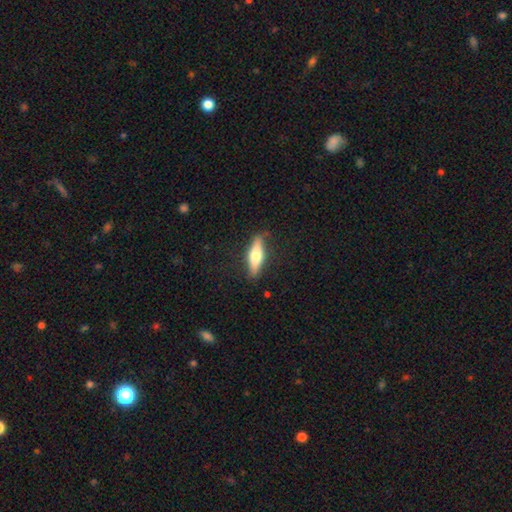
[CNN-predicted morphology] Smooth or featured: smooth — 55% (featured or disk — 39%)
How rounded: cigar-shaped — 62% (in between — 36%)
Merging: none — 82% (minor disturbance — 14%)